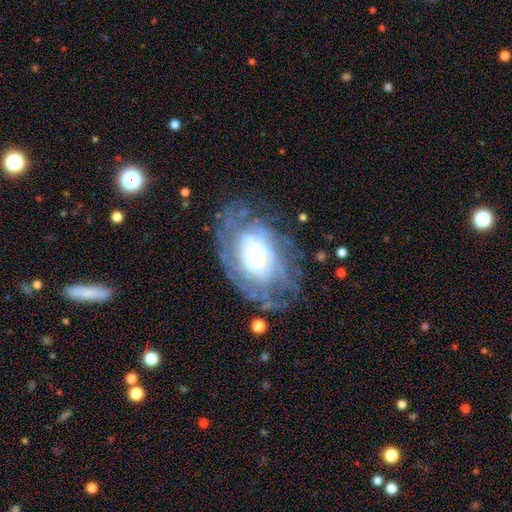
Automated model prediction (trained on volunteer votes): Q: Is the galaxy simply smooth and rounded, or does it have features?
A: featured or disk — 81%.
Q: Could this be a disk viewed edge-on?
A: no — 96%.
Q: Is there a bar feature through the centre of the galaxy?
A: no — 65%.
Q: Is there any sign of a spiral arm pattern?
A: yes — 90%.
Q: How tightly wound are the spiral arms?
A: tight — 64%.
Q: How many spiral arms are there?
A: can't tell — 49%.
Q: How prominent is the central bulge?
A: moderate — 37%.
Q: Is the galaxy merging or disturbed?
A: none — 66%.